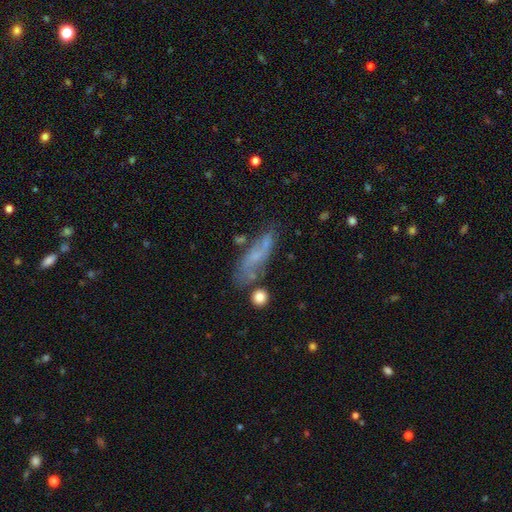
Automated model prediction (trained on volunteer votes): This is possibly a featured or disk galaxy (47%). Merging: possibly none (55%).